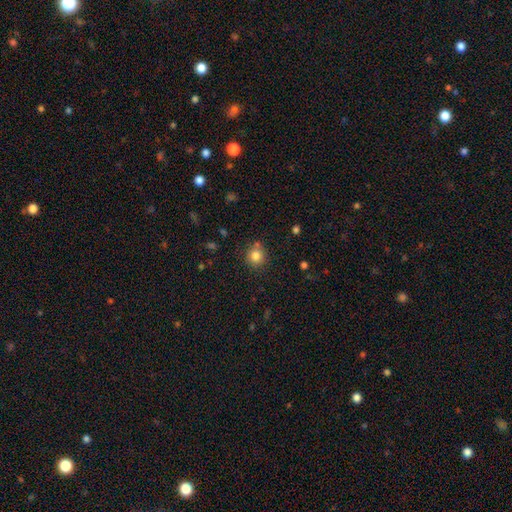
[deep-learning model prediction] smooth 81%, star or artifact 12%, featured or disk 7%. Down the decision tree: how rounded — round (90%); merging — none (79%).